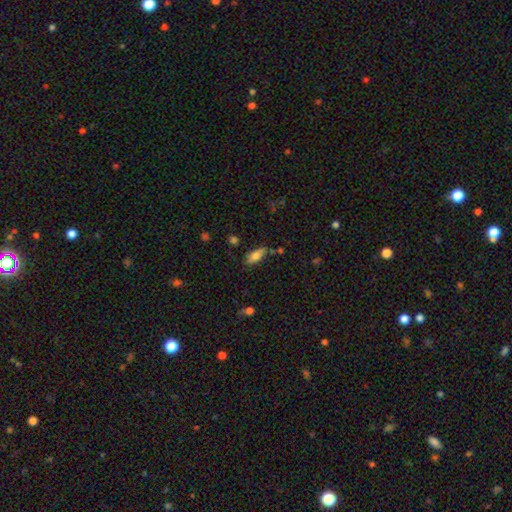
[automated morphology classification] Smooth or featured? Predicted: smooth (p=0.74). How rounded? Predicted: in between (p=0.77). Merging? Predicted: none (p=0.64).